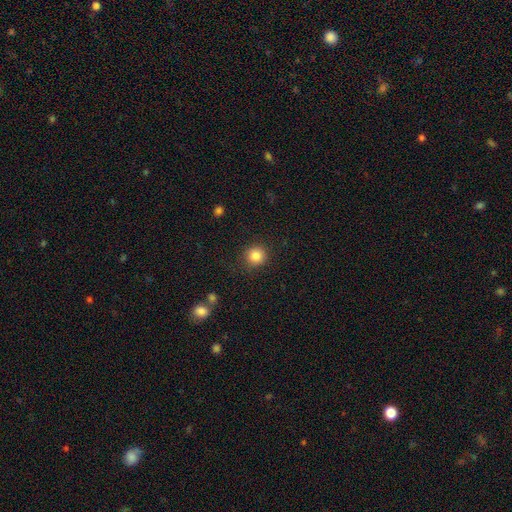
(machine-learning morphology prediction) smooth 84%, star or artifact 11%, featured or disk 5%. Down the decision tree: how rounded — round (93%); merging — none (89%).